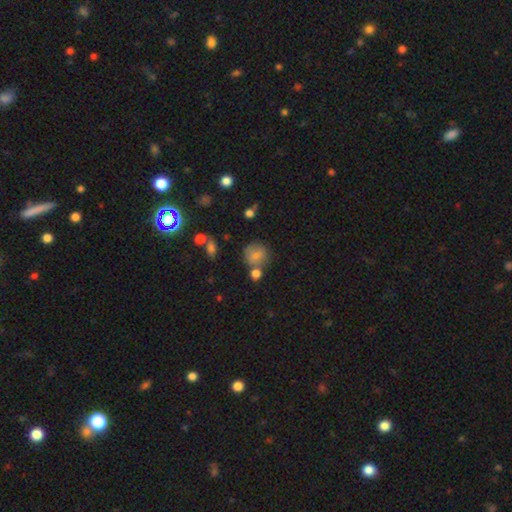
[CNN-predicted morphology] smooth 76%, featured or disk 13%, star or artifact 11%. Down the decision tree: how rounded — round (83%); merging — none (61%).